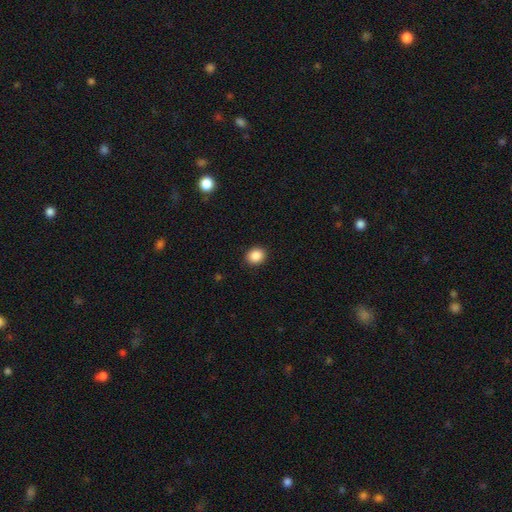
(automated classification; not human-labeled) smooth_or_featured: smooth (p=0.88) [alt: star or artifact p=0.09]
how_rounded: round (p=0.68) [alt: in between p=0.32]
merging: none (p=0.91) [alt: minor disturbance p=0.06]